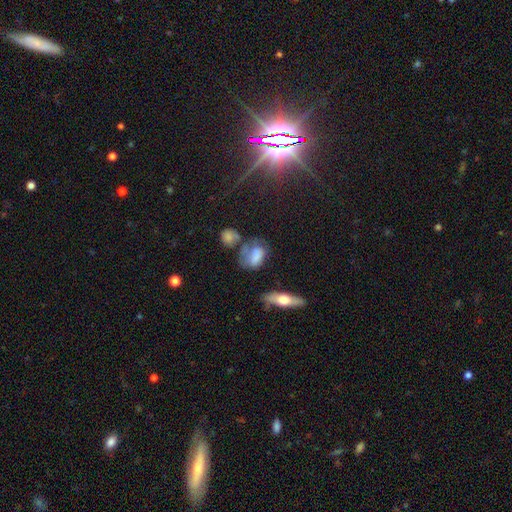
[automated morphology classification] Overall: smooth (64%). How rounded: in between (77%). Merging: none (34%; minor disturbance 26%).